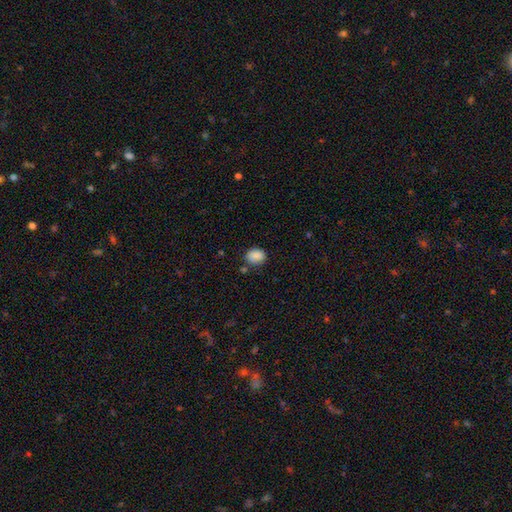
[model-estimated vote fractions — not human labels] The model was most divided on "how rounded": round: 52%, in between: 47%, cigar-shaped: 1%. More confident: smooth or featured — smooth (88%); merging — none (76%).